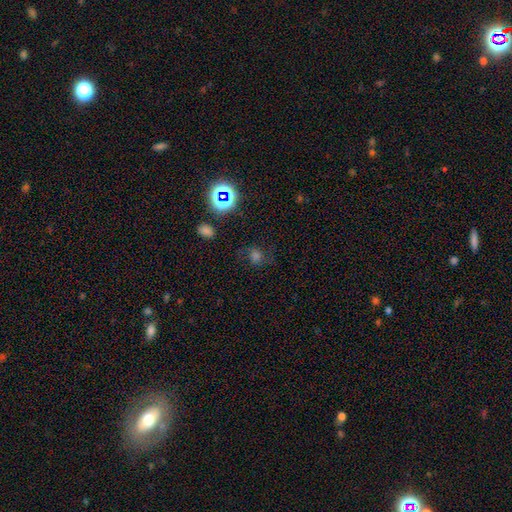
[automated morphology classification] The model was most divided on "smooth or featured": smooth: 44%, star or artifact: 34%, featured or disk: 22%. More confident: merging — none (68%).